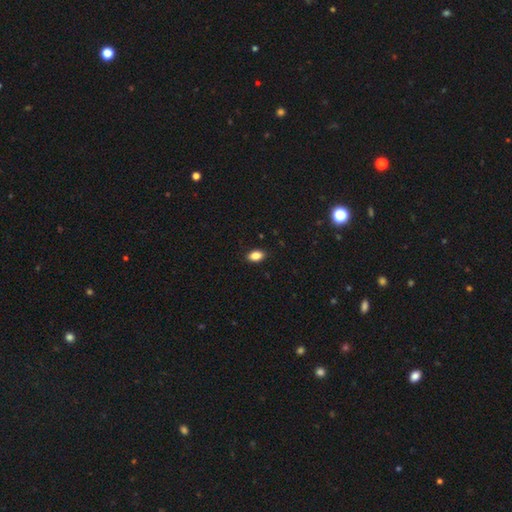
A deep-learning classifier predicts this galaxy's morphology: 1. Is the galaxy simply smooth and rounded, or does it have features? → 86% smooth, 9% star or artifact, 5% featured or disk.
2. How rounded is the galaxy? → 88% in between, 10% round, 2% cigar-shaped.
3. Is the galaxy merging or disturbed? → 89% none, 8% minor disturbance, 2% major disturbance, 1% merger.